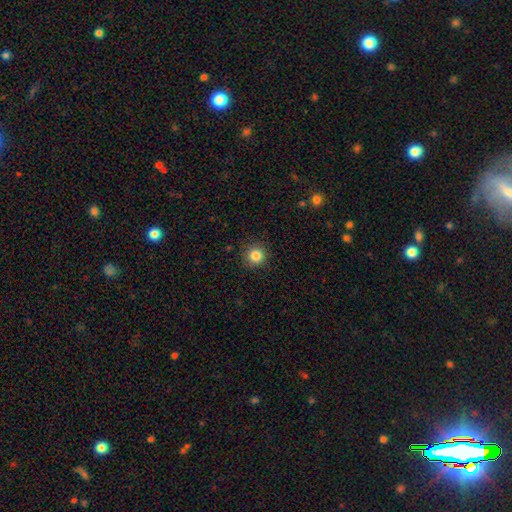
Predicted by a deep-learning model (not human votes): Morphology: type=smooth (84%); roundness=round (94%); merging=none (90%).